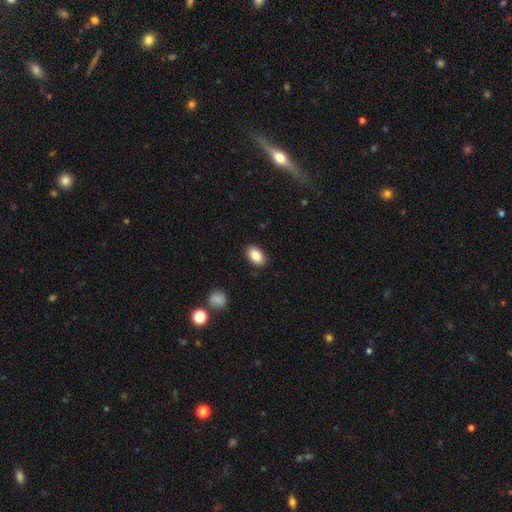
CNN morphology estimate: Q: Smooth or featured?
A: smooth (86%); runner-up: star or artifact (8%)
Q: How rounded?
A: in between (91%); runner-up: round (8%)
Q: Merging?
A: none (88%); runner-up: minor disturbance (8%)